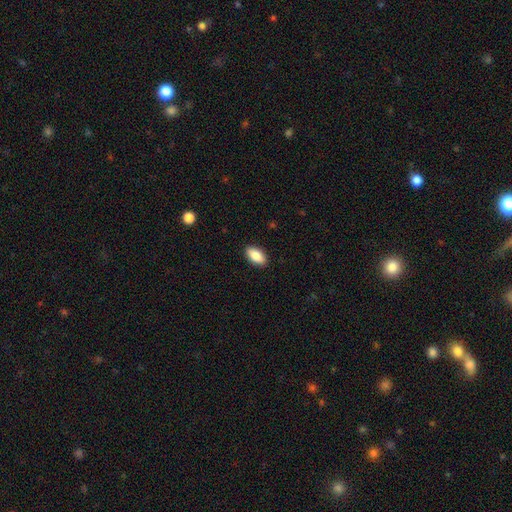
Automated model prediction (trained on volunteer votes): Smooth or featured? Predicted: smooth (p=0.88). How rounded? Predicted: in between (p=0.93). Merging? Predicted: none (p=0.90).